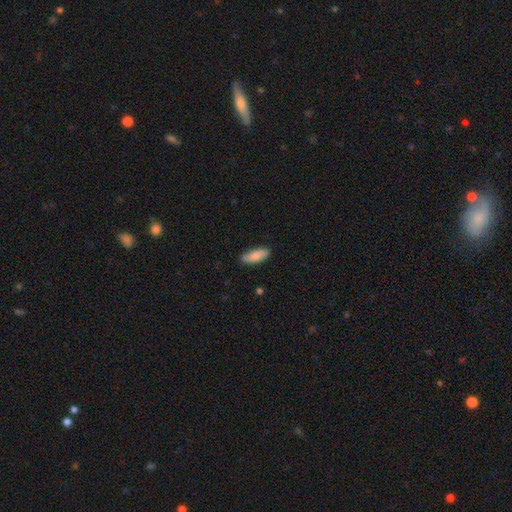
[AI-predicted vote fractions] Overall: smooth (86%). How rounded: in between (74%). Merging: none (86%).